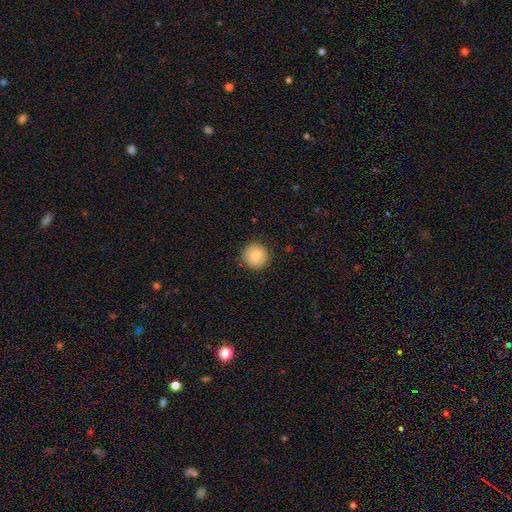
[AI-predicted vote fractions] A smooth galaxy with no disk features (79%) that is round (94%). Merging: none (88%).